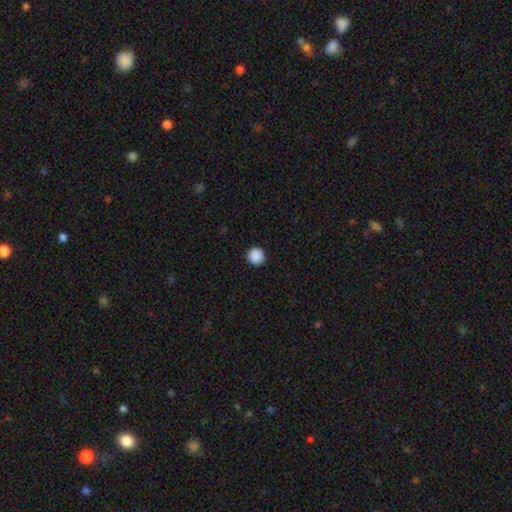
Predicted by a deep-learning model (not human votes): Q: Smooth or featured?
A: smooth (89%); runner-up: star or artifact (9%)
Q: How rounded?
A: round (95%); runner-up: in between (4%)
Q: Merging?
A: none (93%); runner-up: minor disturbance (4%)